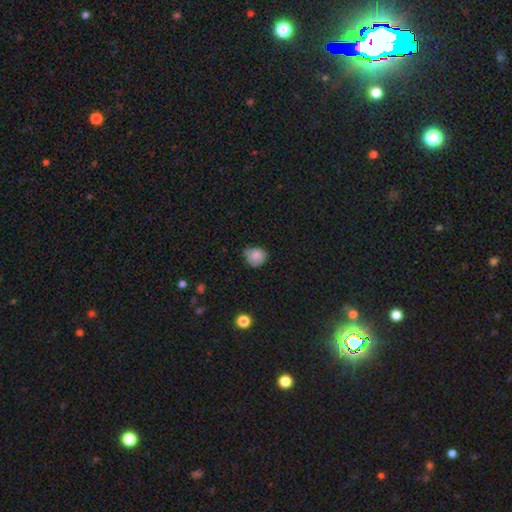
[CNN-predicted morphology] A smooth galaxy with no disk features (83%) that is round (70%). Merging: none (59%).